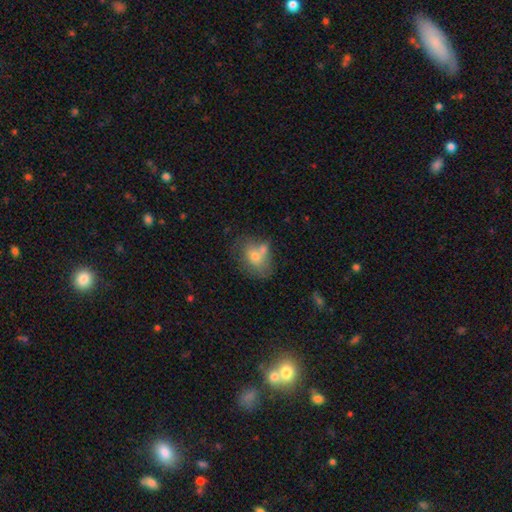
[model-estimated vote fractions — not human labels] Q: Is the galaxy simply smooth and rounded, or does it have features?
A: smooth — 67%.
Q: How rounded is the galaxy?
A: in between — 66%.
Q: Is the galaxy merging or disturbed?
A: none — 40%.